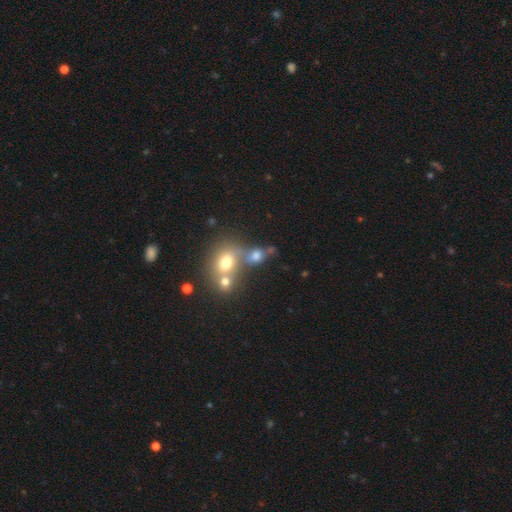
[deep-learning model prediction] smooth 67%, star or artifact 17%, featured or disk 16%. Down the decision tree: how rounded — in between (53%); merging — merger (45%).